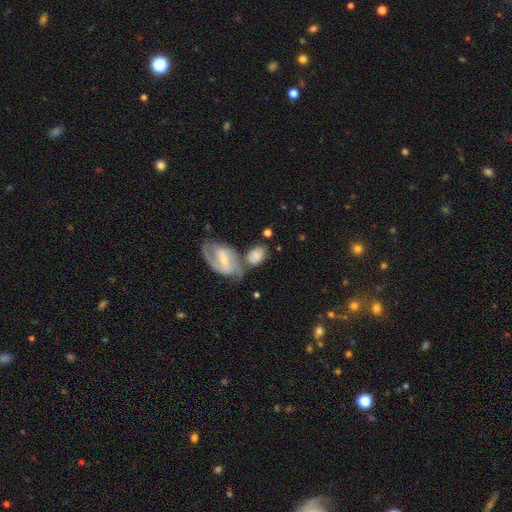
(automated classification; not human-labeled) smooth_or_featured: smooth (p=0.54) [alt: featured or disk p=0.39]
how_rounded: in between (p=0.75) [alt: round p=0.22]
merging: none (p=0.42) [alt: merger p=0.33]